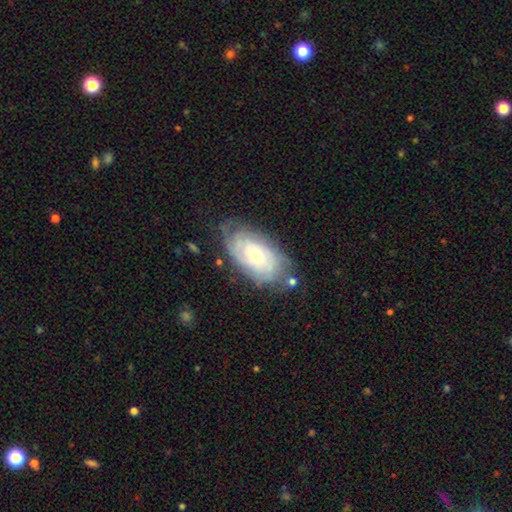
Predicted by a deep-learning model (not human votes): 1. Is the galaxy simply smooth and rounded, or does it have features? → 71% featured or disk, 22% smooth, 6% star or artifact.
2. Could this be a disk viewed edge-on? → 94% no, 6% yes.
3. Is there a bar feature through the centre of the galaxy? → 77% no, 20% weak, 4% strong.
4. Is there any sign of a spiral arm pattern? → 87% yes, 13% no.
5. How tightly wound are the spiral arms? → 73% tight, 20% medium, 6% loose.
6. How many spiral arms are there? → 58% can't tell, 15% 2, 10% 3, 9% 4, 5% more than 4, 4% 1.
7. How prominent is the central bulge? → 52% small, 43% moderate, 3% large, 1% none, 1% dominant.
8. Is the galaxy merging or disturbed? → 66% none, 22% minor disturbance, 9% major disturbance, 3% merger.